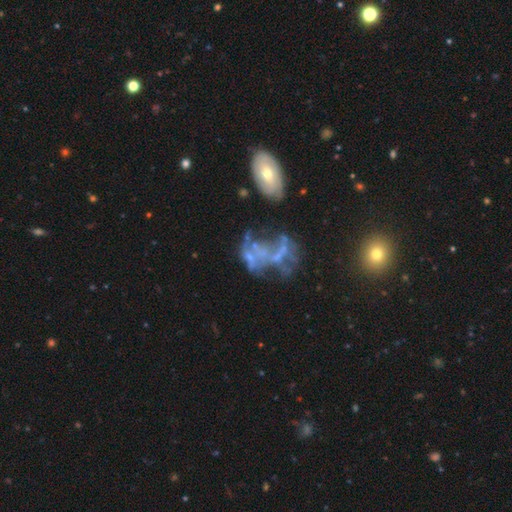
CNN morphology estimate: A featured or disk galaxy (62%) with no bar (84%), no spiral arms (84%) and no central bulge (69%). Merging: major disturbance (35%).